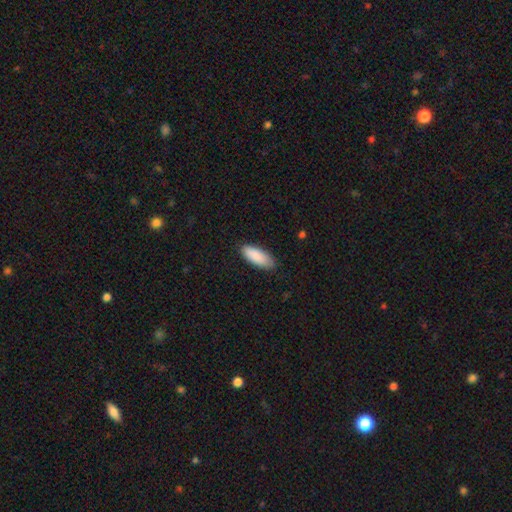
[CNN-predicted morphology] This appears to be a smooth galaxy with no disk features (90%) that is in between round and cigar-shaped (79%). Merging: none (83%).